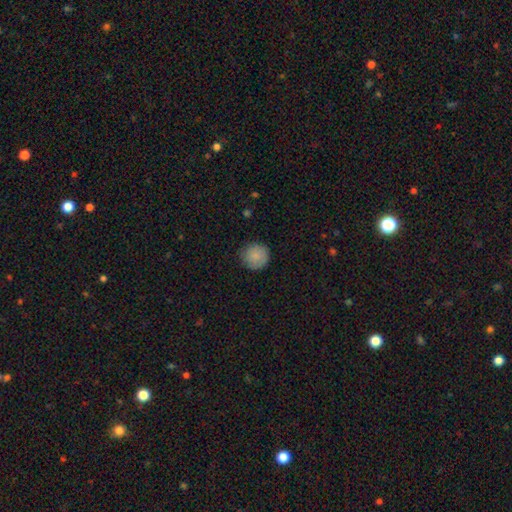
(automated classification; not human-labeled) This appears to be a smooth galaxy with no disk features (84%) that is round (94%). Merging: none (83%).